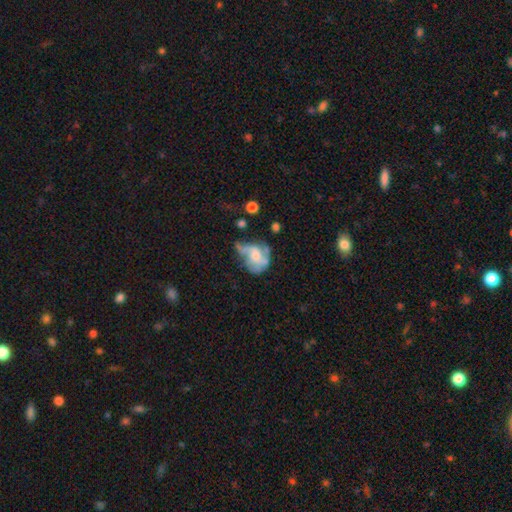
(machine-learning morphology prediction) Smooth or featured: featured or disk — 58% (smooth — 33%)
Edge-on disk: no — 97% (yes — 3%)
Bar: no — 73% (weak — 22%)
Spiral arms: yes — 53% (no — 47%)
Bulge size: moderate — 35% (none — 28%)
Merging: major disturbance — 36% (none — 28%)